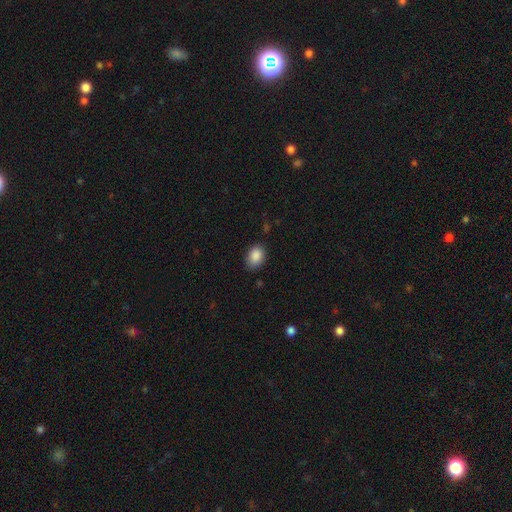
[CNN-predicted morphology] Smooth or featured: smooth — 88% (star or artifact — 8%)
How rounded: in between — 78% (round — 20%)
Merging: none — 81% (minor disturbance — 15%)